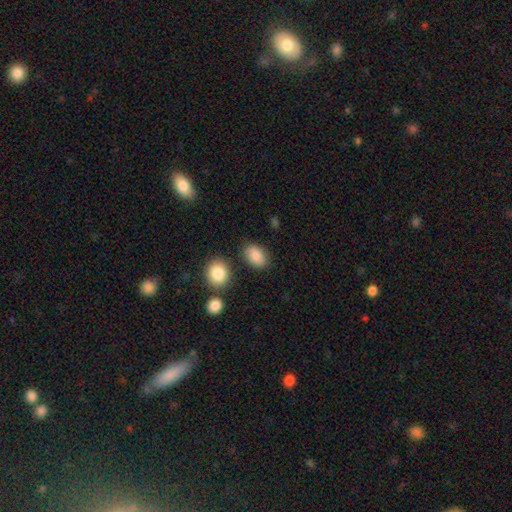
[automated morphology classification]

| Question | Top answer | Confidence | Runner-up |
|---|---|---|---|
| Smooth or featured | smooth | 86% | star or artifact (8%) |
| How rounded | in between | 87% | round (12%) |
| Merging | none | 82% | minor disturbance (11%) |